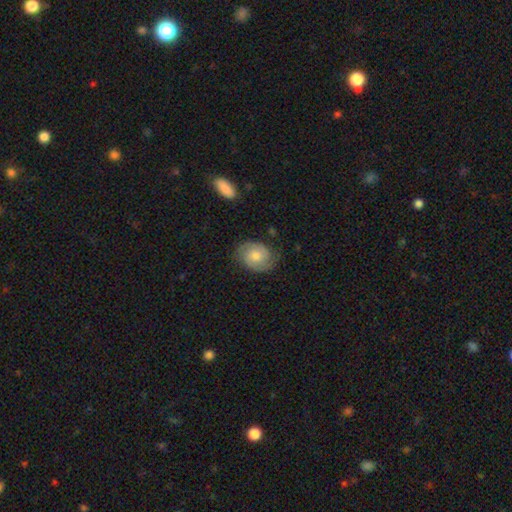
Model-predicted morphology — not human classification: smooth_or_featured: featured or disk (p=0.64) [alt: smooth p=0.28]
disk_edge_on: no (p=0.97) [alt: yes p=0.03]
bar: no (p=0.66) [alt: weak p=0.29]
has_spiral_arms: yes (p=0.91) [alt: no p=0.09]
spiral_winding: tight (p=0.49) [alt: medium p=0.40]
spiral_arm_count: 2 (p=0.87) [alt: can't tell p=0.07]
bulge_size: moderate (p=0.64) [alt: small p=0.27]
merging: none (p=0.80) [alt: minor disturbance p=0.14]